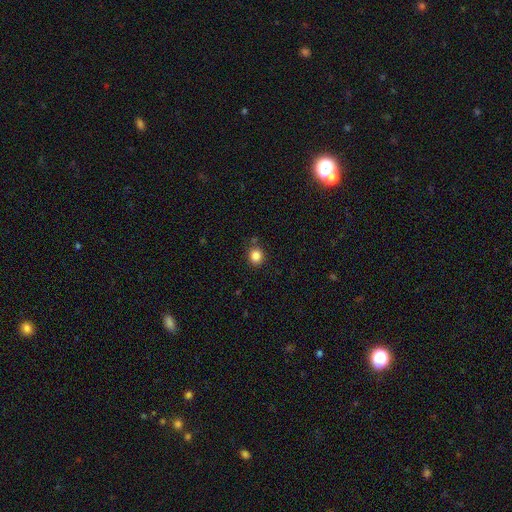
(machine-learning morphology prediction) smooth_or_featured: smooth (p=0.85) [alt: star or artifact p=0.11]
how_rounded: round (p=0.80) [alt: in between p=0.19]
merging: none (p=0.82) [alt: minor disturbance p=0.10]